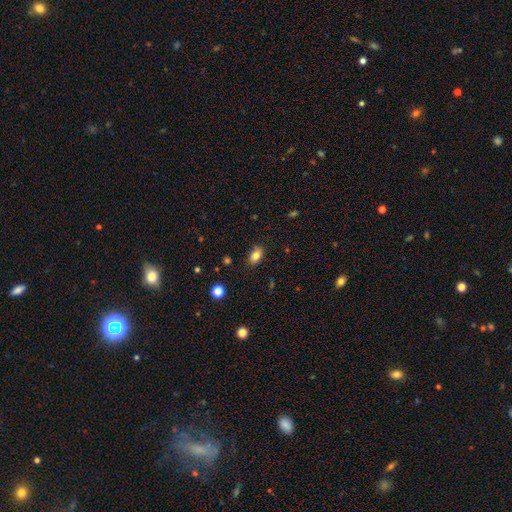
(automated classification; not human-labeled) A smooth galaxy with no disk features (82%) that is in between round and cigar-shaped (84%).

Vote fractions:
- Smooth or featured? smooth: 82% / star or artifact: 10% / featured or disk: 8%
- How rounded? in between: 84% / round: 14% / cigar-shaped: 2%
- Merging? none: 85% / minor disturbance: 11% / major disturbance: 2% / merger: 1%